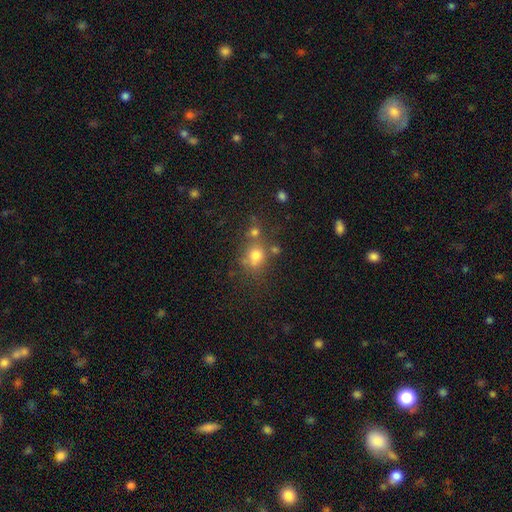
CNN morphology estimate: A smooth galaxy with no disk features (71%) that is round (75%).

Vote fractions:
- Smooth or featured? smooth: 71% / star or artifact: 17% / featured or disk: 12%
- How rounded? round: 75% / in between: 24% / cigar-shaped: 1%
- Merging? none: 53% / merger: 26% / minor disturbance: 14% / major disturbance: 7%